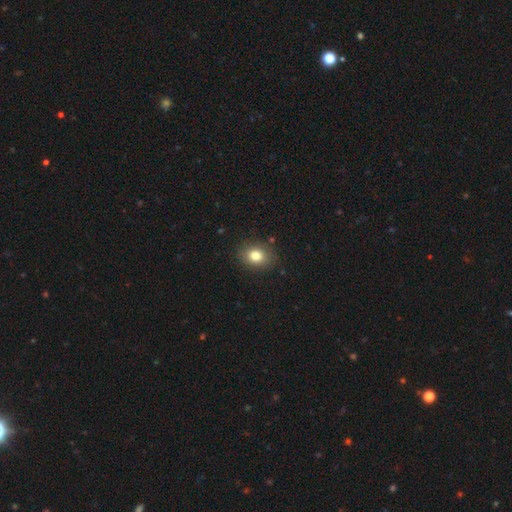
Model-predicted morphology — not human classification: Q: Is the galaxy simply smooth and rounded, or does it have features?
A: smooth — 80%.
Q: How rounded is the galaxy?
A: in between — 57%.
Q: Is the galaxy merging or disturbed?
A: none — 87%.